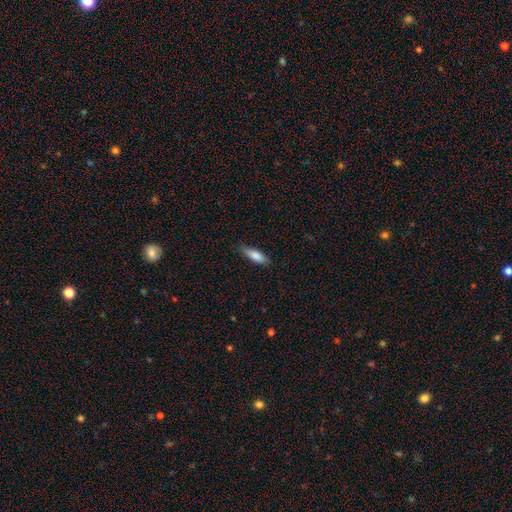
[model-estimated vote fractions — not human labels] A smooth galaxy with no disk features (80%) that is cigar-shaped (55%). Merging: none (79%).